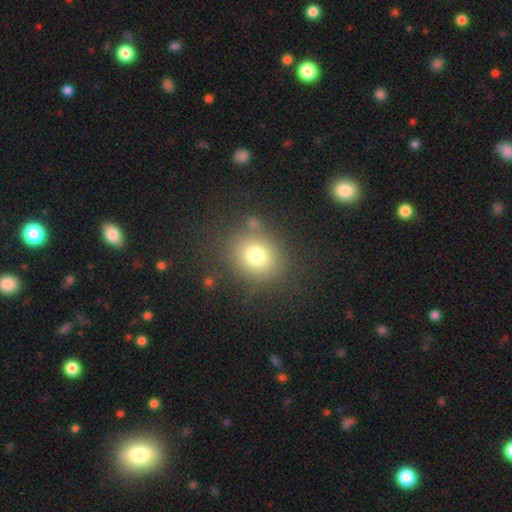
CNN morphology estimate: Overall: smooth (75%). How rounded: round (74%). Merging: none (78%).